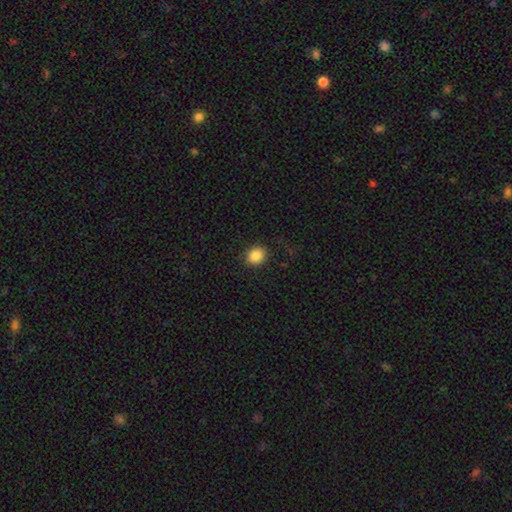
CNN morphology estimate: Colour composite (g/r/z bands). It shows a smooth galaxy with no disk features (87%) that is round (65%). Merging: none (87%).